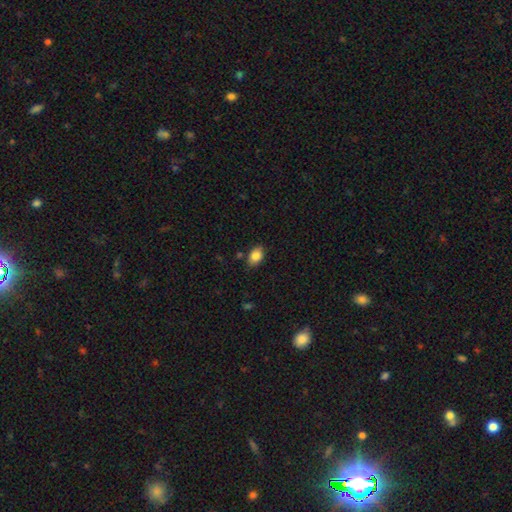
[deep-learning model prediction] Overall: smooth (84%). How rounded: in between (85%). Merging: none (82%).